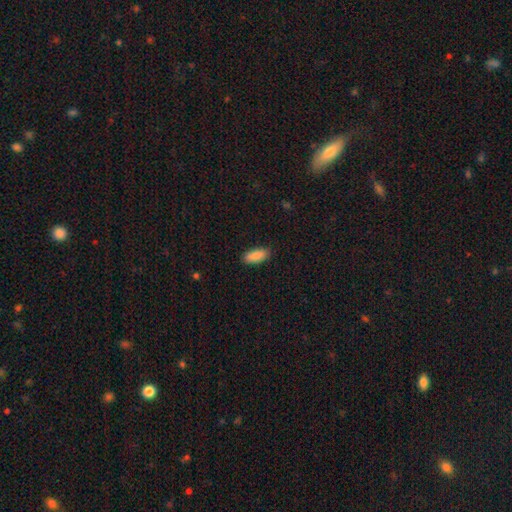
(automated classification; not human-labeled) Smooth or featured?
  - smooth: 90% *
  - star or artifact: 6%
  - featured or disk: 4%
How rounded?
  - in between: 83% *
  - cigar-shaped: 15%
  - round: 2%
Merging?
  - none: 88% *
  - minor disturbance: 9%
  - major disturbance: 2%
  - merger: 1%